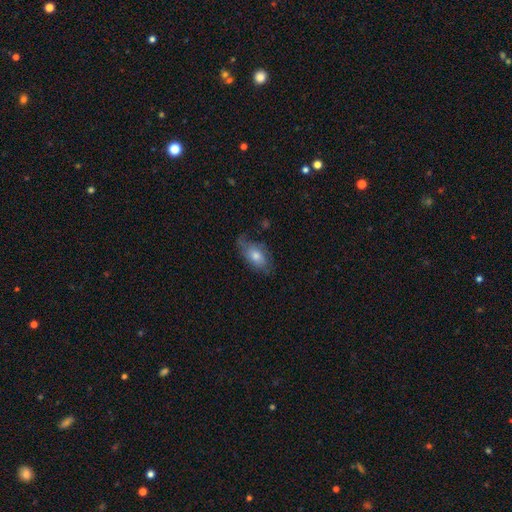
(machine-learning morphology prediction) Smooth or featured? smooth (57%)
How rounded? in between (87%)
Merging? none (58%)